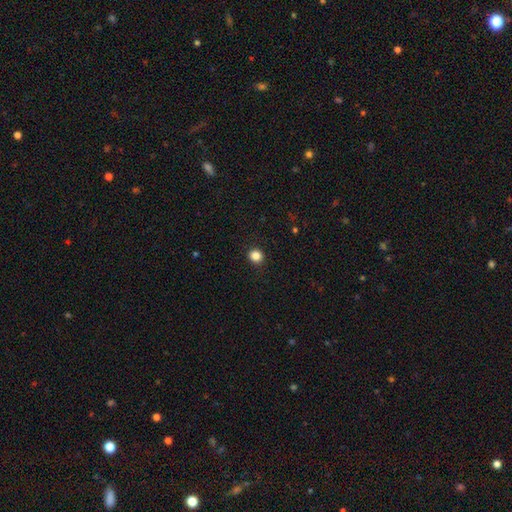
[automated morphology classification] A smooth galaxy with no disk features (85%) that is round (89%).

Vote fractions:
- Smooth or featured? smooth: 85% / star or artifact: 12% / featured or disk: 4%
- How rounded? round: 89% / in between: 10% / cigar-shaped: 1%
- Merging? none: 92% / minor disturbance: 5% / major disturbance: 2% / merger: 1%